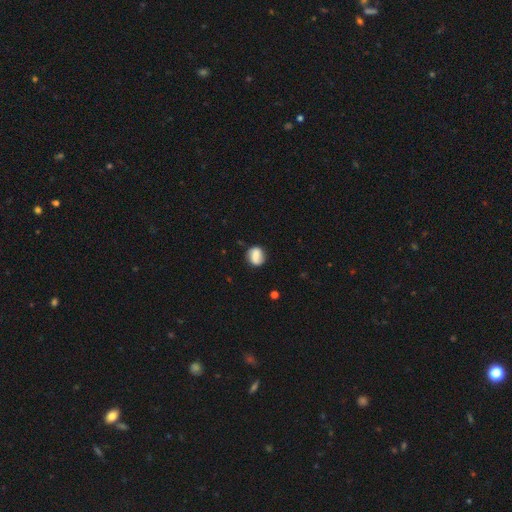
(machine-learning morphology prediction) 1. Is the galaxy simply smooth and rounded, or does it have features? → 65% smooth, 26% featured or disk, 9% star or artifact.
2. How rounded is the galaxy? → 64% round, 34% in between, 2% cigar-shaped.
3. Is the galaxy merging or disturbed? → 73% none, 19% minor disturbance, 6% major disturbance, 3% merger.